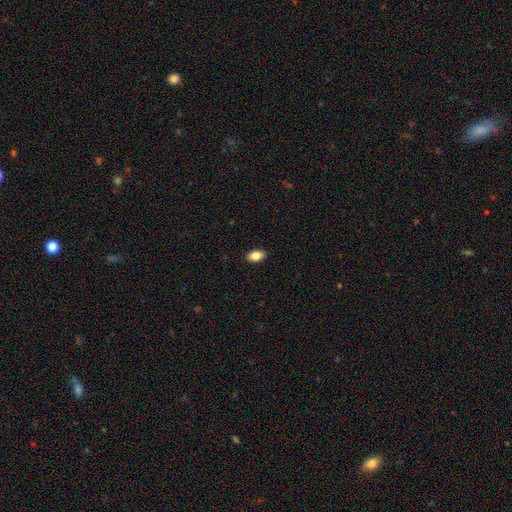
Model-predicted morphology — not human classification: The model was most divided on "smooth or featured": smooth: 85%, star or artifact: 8%, featured or disk: 7%. More confident: how rounded — in between (89%); merging — none (89%).